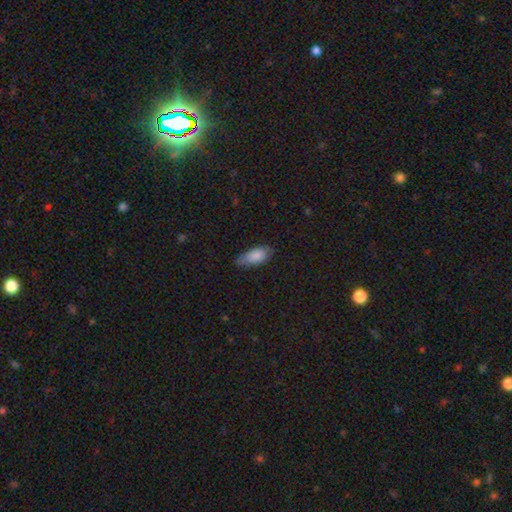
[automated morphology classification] A smooth galaxy with no disk features (85%) that is in between round and cigar-shaped (84%).

Vote fractions:
- Smooth or featured? smooth: 85% / featured or disk: 9% / star or artifact: 7%
- How rounded? in between: 84% / cigar-shaped: 13% / round: 2%
- Merging? none: 62% / minor disturbance: 31% / major disturbance: 6% / merger: 2%